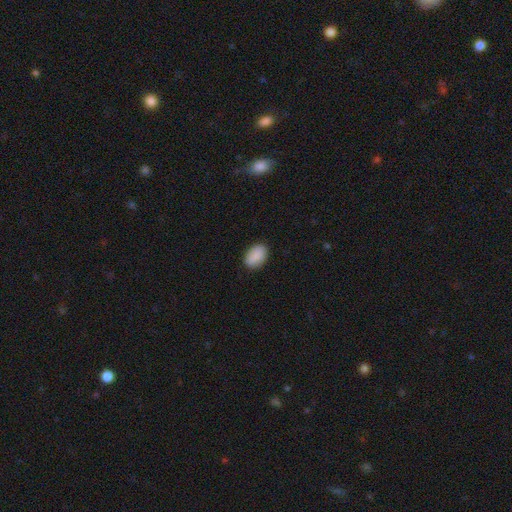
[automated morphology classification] Smooth or featured?
  - smooth: 89% *
  - star or artifact: 7%
  - featured or disk: 4%
How rounded?
  - in between: 87% *
  - round: 12%
  - cigar-shaped: 1%
Merging?
  - none: 86% *
  - minor disturbance: 11%
  - major disturbance: 2%
  - merger: 1%